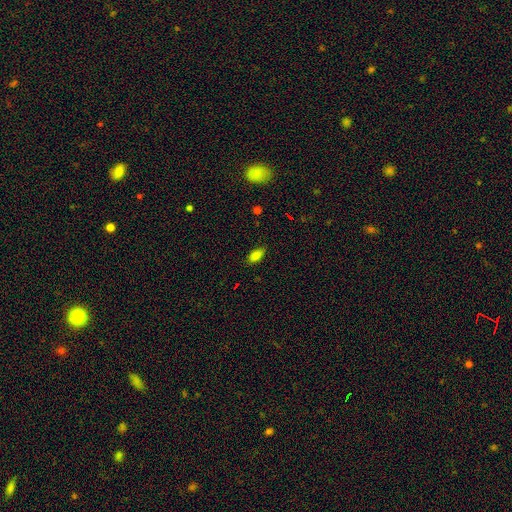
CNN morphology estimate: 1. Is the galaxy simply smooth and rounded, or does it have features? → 82% smooth, 12% star or artifact, 5% featured or disk.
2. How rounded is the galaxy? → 90% in between, 5% cigar-shaped, 4% round.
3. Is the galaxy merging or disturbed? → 83% none, 13% minor disturbance, 3% major disturbance, 1% merger.